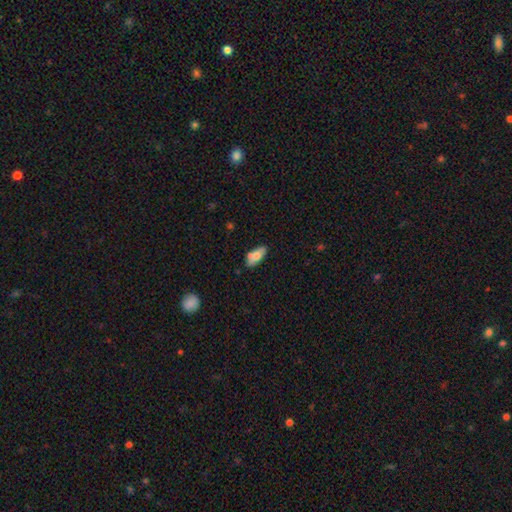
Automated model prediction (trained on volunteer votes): Smooth or featured: smooth — 69% (featured or disk — 25%)
How rounded: in between — 82% (cigar-shaped — 15%)
Merging: none — 71% (minor disturbance — 17%)